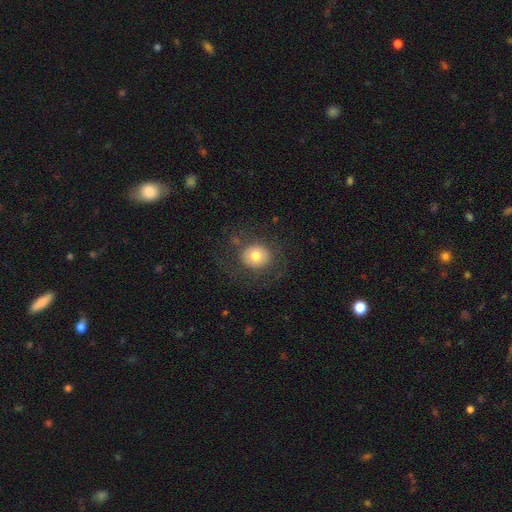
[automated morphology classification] type=smooth (71%); roundness=round (79%); merging=none (73%).